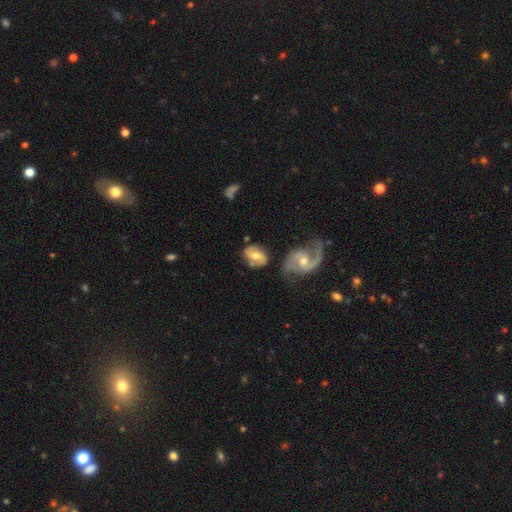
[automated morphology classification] The model was most divided on "bar": weak: 48%, no: 35%, strong: 17%. Remaining: edge-on disk — no (96%); spiral arms — yes (87%); spiral arm count — 2 (85%); smooth or featured — featured or disk (64%); bulge size — moderate (61%); merging — none (58%); spiral winding — medium (47%).